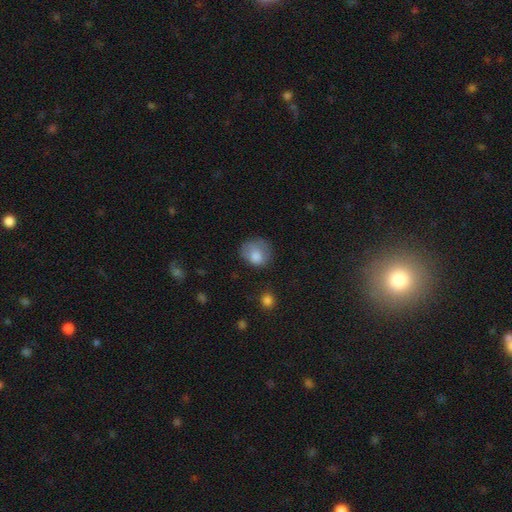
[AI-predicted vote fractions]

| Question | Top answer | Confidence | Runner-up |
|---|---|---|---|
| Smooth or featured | smooth | 80% | featured or disk (11%) |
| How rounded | round | 69% | in between (30%) |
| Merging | none | 49% | minor disturbance (31%) |